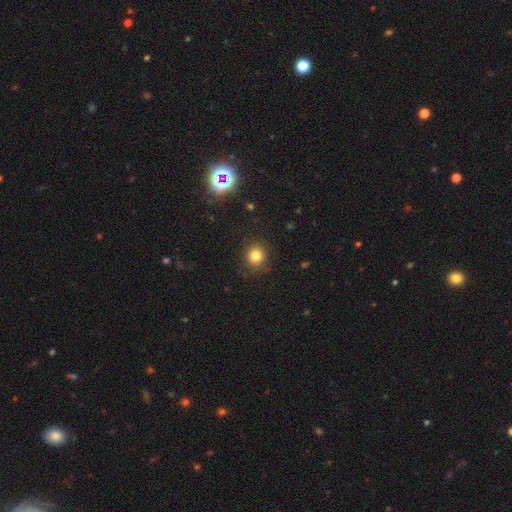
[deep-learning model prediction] This appears to be a smooth galaxy with no disk features (80%) that is round (90%). Merging: none (89%).